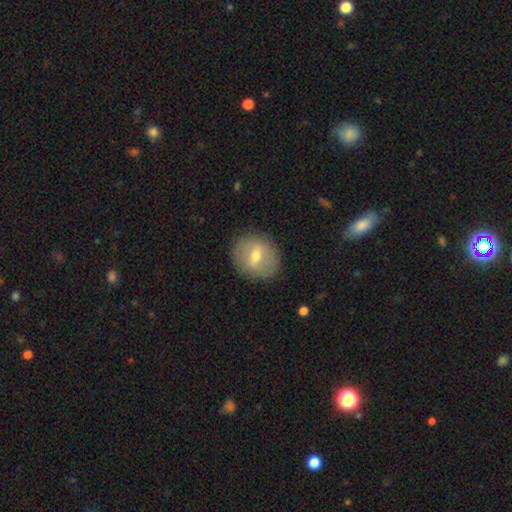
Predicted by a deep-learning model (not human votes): Overall: smooth (52%; featured or disk 40%). How rounded: round (69%; in between 30%). Merging: none (86%).